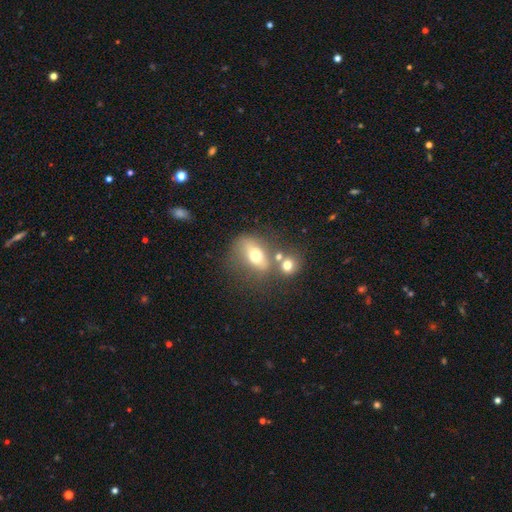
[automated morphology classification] smooth_or_featured: smooth (p=0.60) [alt: featured or disk p=0.28]
how_rounded: in between (p=0.69) [alt: round p=0.25]
merging: none (p=0.45) [alt: merger p=0.28]